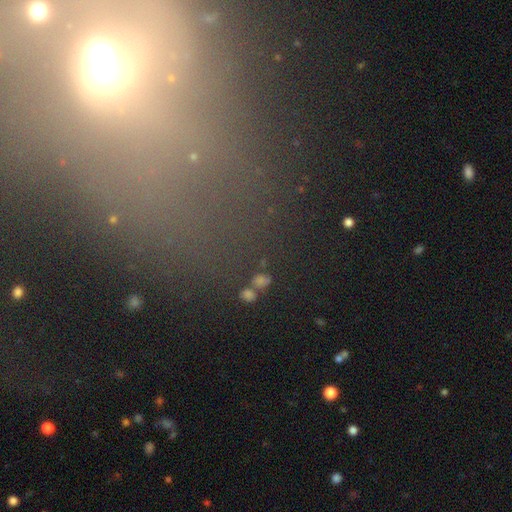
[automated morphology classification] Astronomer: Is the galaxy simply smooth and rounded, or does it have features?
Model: star or artifact — 58%.